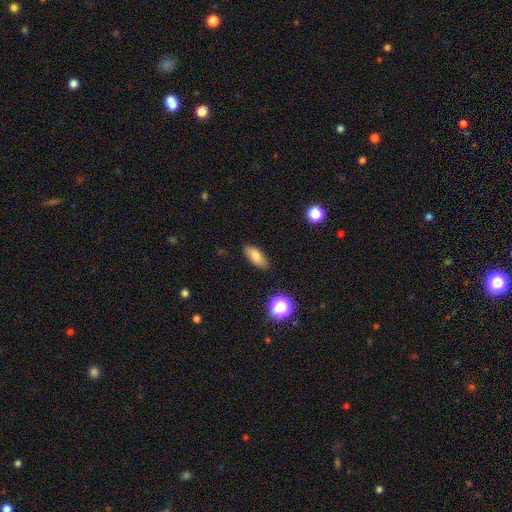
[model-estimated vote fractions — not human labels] This appears to be a smooth galaxy with no disk features (78%) that is in between round and cigar-shaped (83%). Merging: none (84%).